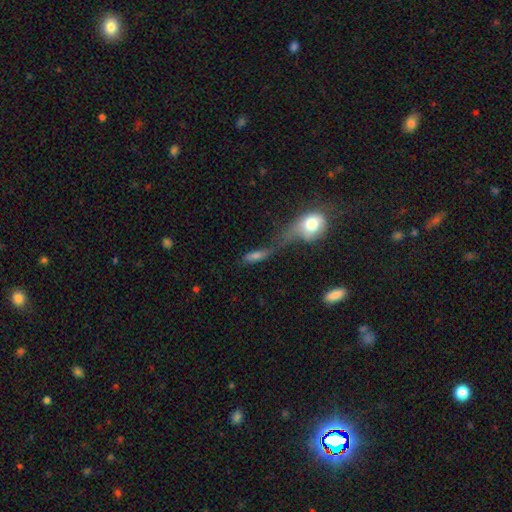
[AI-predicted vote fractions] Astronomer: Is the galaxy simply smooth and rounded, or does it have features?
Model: smooth — 55% (runner-up: featured or disk, 31%).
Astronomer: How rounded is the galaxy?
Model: in between — 57%.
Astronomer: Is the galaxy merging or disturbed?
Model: merger — 50%.